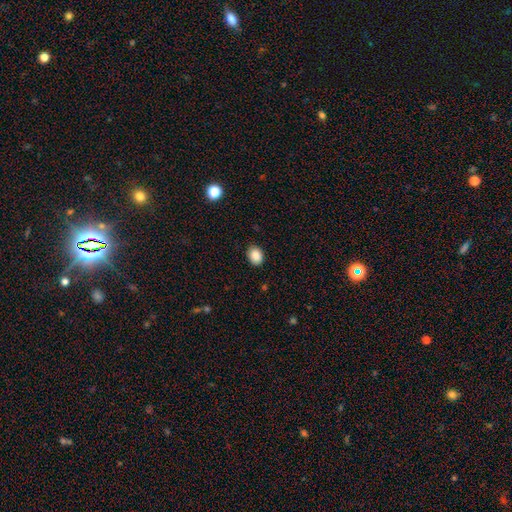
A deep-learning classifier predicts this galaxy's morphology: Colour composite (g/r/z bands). It shows a smooth galaxy with no disk features (88%) that is in between round and cigar-shaped (64%). Merging: none (88%).